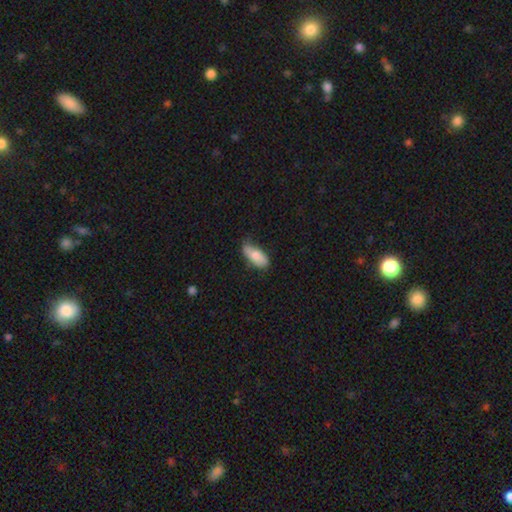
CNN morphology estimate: smooth 73%, featured or disk 21%, star or artifact 6%. Down the decision tree: how rounded — in between (85%); merging — none (59%).